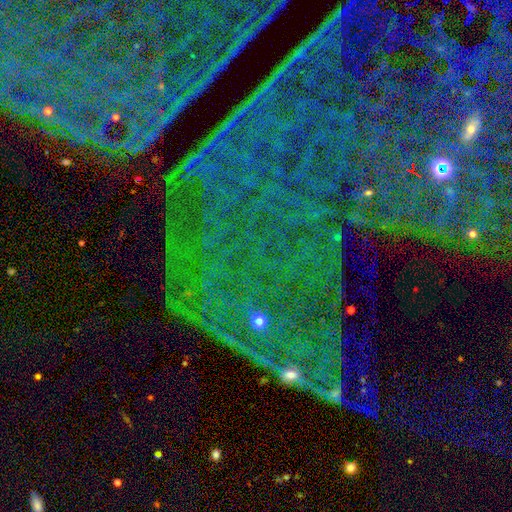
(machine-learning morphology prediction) Smooth or featured? star or artifact (86%)